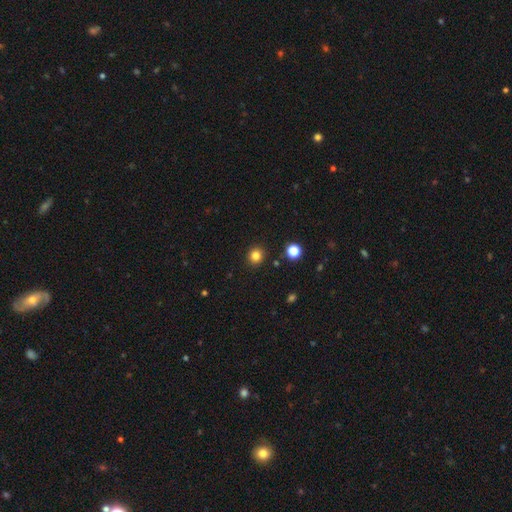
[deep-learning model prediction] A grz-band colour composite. It shows a smooth galaxy with no disk features (81%) that is round (89%). Merging: none (91%).